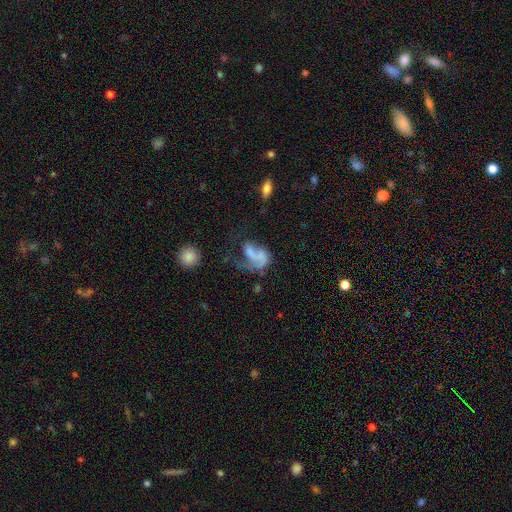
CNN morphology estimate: A featured or disk galaxy (48%).

Vote fractions:
- Smooth or featured? featured or disk: 48% / smooth: 41% / star or artifact: 11%
- Merging? major disturbance: 47% / none: 23% / minor disturbance: 16% / merger: 14%